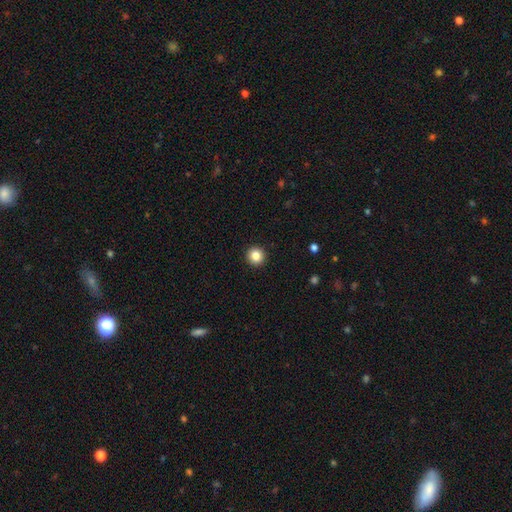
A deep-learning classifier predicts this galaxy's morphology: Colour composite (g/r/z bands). It shows a smooth galaxy with no disk features (84%) that is round (95%). Merging: none (94%).